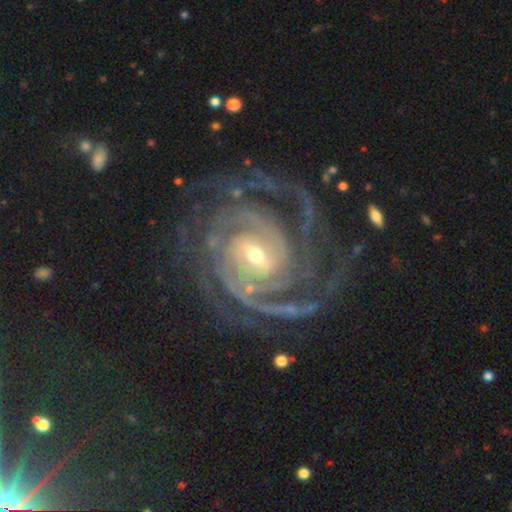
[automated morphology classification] type=featured or disk (93%); edge-on=no (98%); bar=weak (42%); spiral arms=yes (99%); winding=tight (64%); arm count=2 (28%); bulge=small (53%); merging=none (67%).